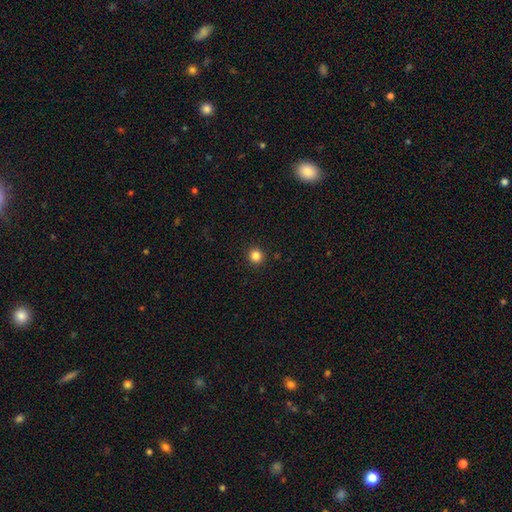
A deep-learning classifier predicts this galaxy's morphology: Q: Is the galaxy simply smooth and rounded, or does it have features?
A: smooth — 84%.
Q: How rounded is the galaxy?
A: round — 94%.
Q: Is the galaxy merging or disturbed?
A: none — 93%.